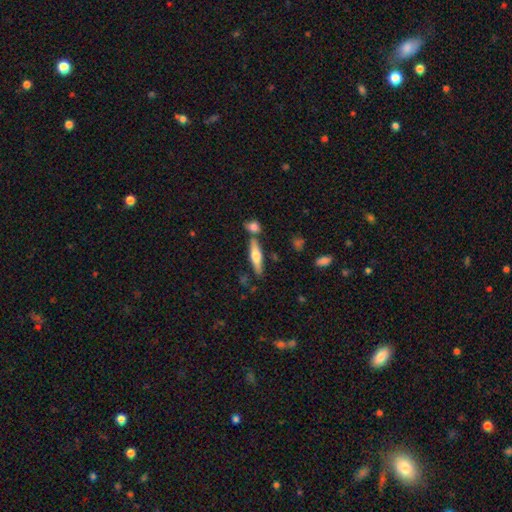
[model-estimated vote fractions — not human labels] The model was most divided on "smooth or featured": featured or disk: 50%, smooth: 44%, star or artifact: 6%. More confident: merging — none (73%).